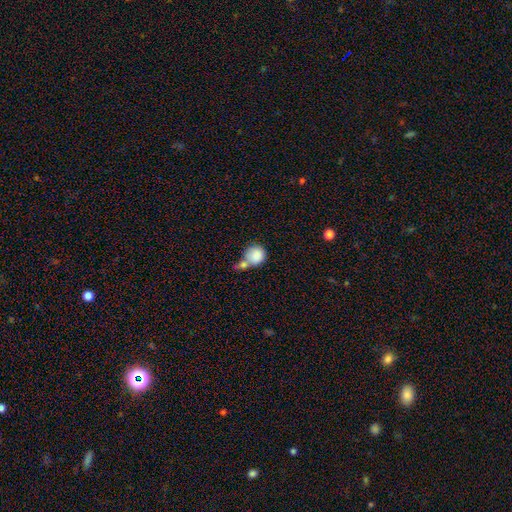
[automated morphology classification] Smooth or featured: smooth — 85% (star or artifact — 8%)
How rounded: round — 85% (in between — 14%)
Merging: merger — 42% (none — 37%)